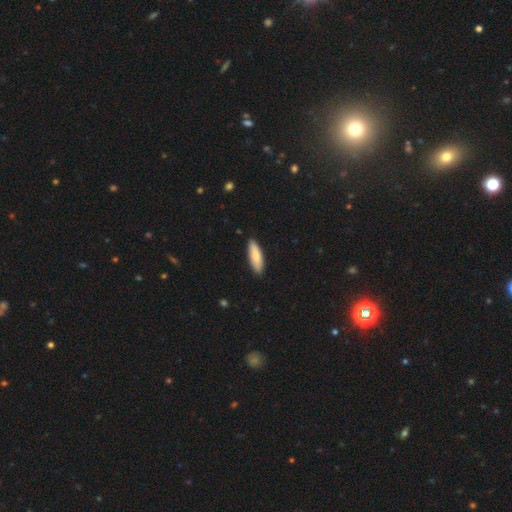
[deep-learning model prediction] Morphology: type=smooth (80%); roundness=cigar-shaped (54%); merging=none (89%).